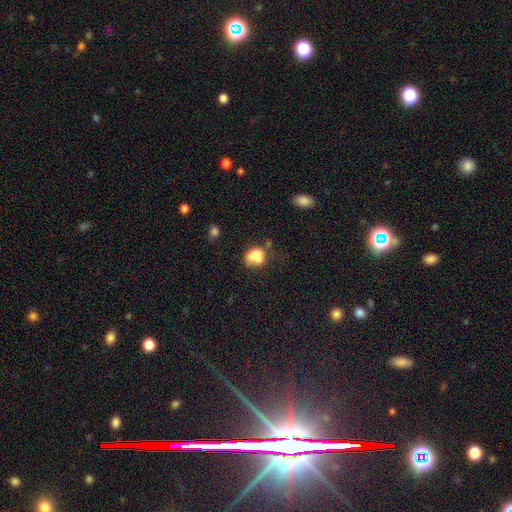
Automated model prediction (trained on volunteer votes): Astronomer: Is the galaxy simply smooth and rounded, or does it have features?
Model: smooth — 74%.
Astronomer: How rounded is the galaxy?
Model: round — 51% (runner-up: in between, 48%).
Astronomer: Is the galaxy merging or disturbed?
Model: none — 35% (runner-up: merger, 28%).